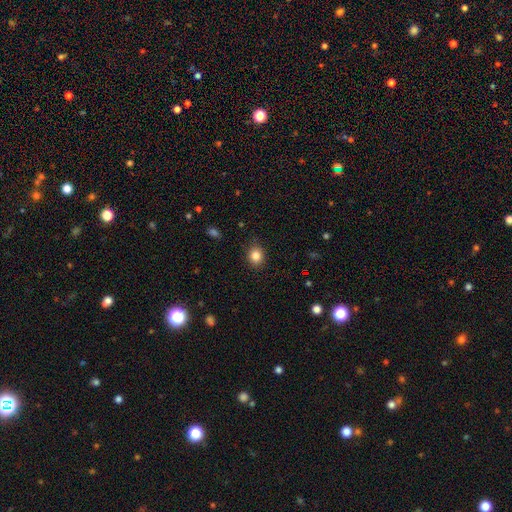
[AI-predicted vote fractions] smooth 84%, star or artifact 11%, featured or disk 5%. Down the decision tree: how rounded — round (70%); merging — none (87%).